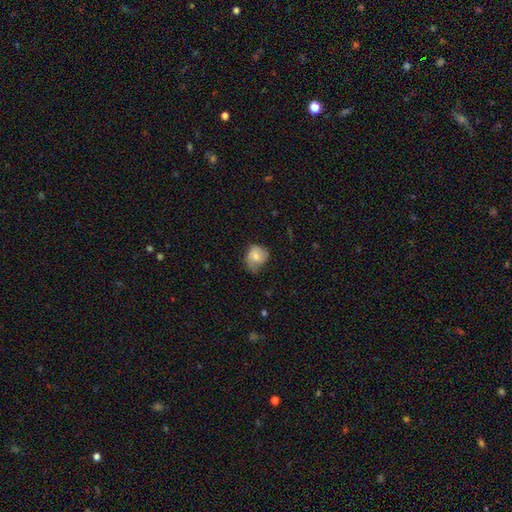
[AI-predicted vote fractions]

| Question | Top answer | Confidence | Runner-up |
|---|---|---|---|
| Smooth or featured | smooth | 67% | featured or disk (25%) |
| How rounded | round | 61% | in between (39%) |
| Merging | none | 43% | minor disturbance (39%) |